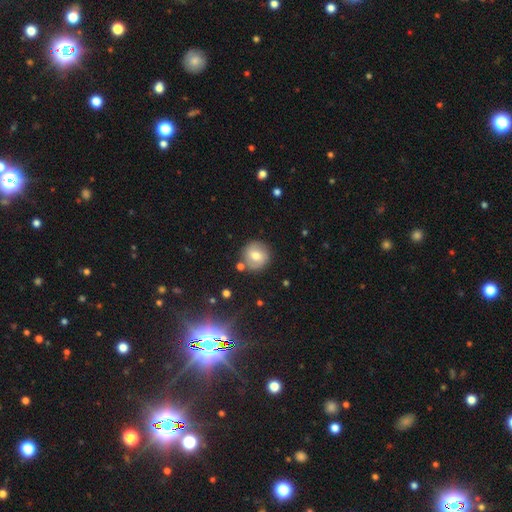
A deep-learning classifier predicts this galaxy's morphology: smooth_or_featured: smooth (p=0.66) [alt: featured or disk p=0.24]
how_rounded: round (p=0.92) [alt: in between p=0.07]
merging: none (p=0.82) [alt: minor disturbance p=0.10]